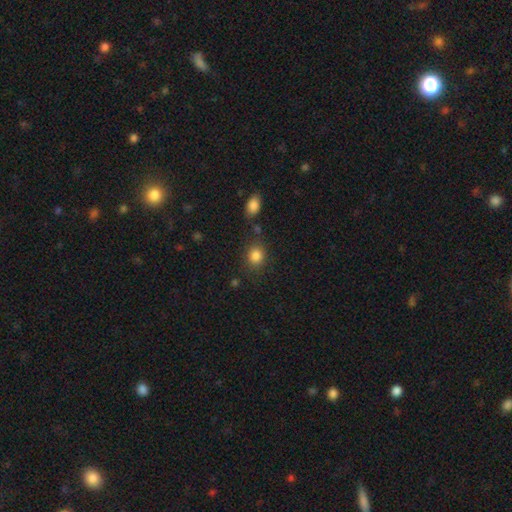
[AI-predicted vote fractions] A smooth galaxy with no disk features (85%) that is round (65%). Merging: none (79%).